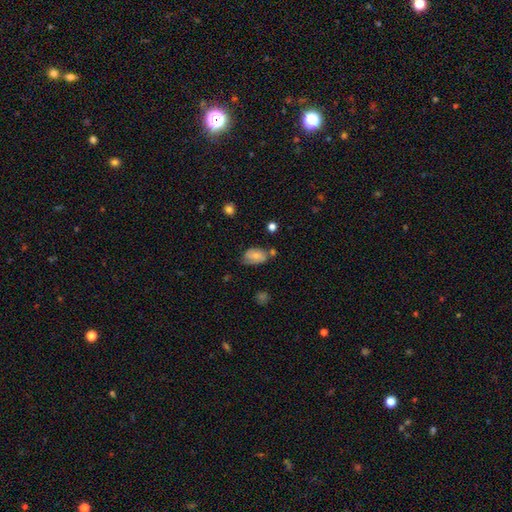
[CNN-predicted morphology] Overall: smooth (59%; featured or disk 33%). How rounded: in between (89%). Merging: none (49%; minor disturbance 31%).